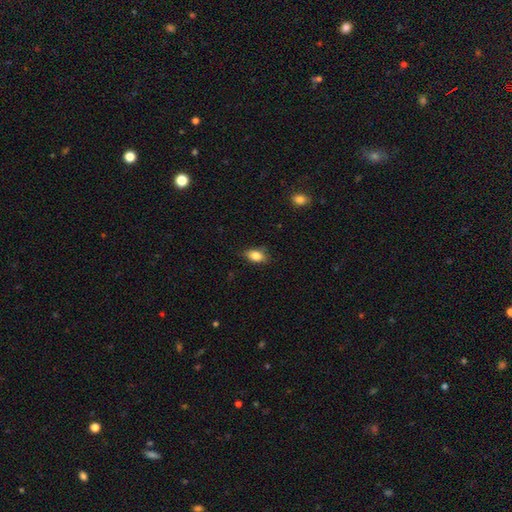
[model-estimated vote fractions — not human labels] The model was most divided on "merging": none: 77%, minor disturbance: 19%, major disturbance: 3%, merger: 1%. More confident: how rounded — in between (86%); smooth or featured — smooth (83%).